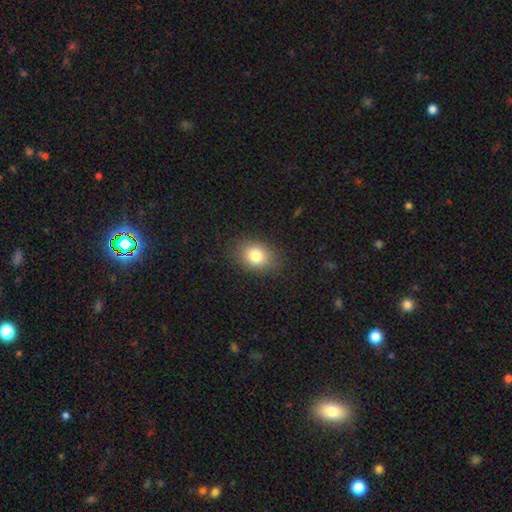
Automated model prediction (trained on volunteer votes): Smooth or featured: smooth — 82% (star or artifact — 10%)
How rounded: in between — 63% (round — 36%)
Merging: none — 86% (minor disturbance — 10%)